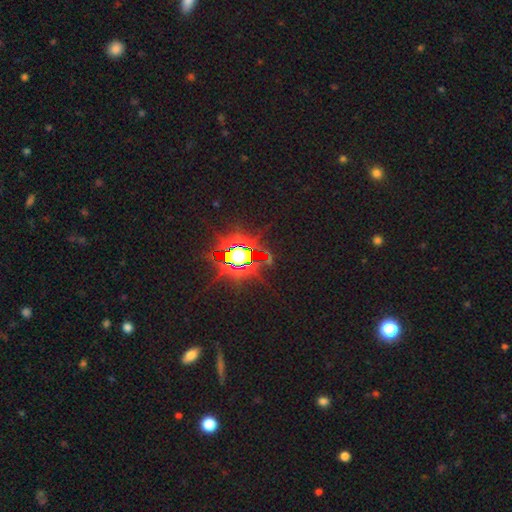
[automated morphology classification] This is clearly a star or artifact rather than a galaxy (82%).